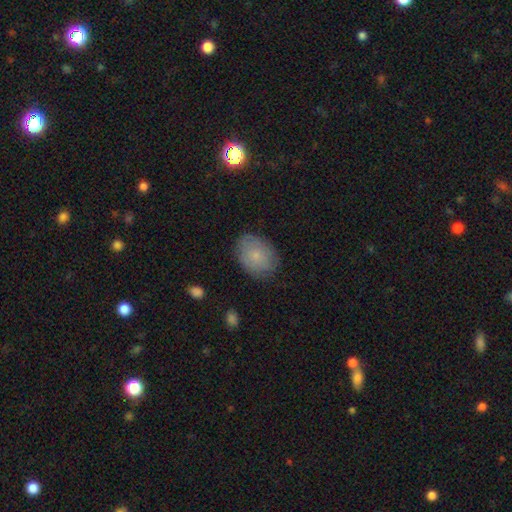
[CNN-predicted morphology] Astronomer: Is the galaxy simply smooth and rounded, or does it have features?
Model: smooth — 76%.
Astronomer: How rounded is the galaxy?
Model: in between — 66%.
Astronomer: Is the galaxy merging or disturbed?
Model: none — 78%.